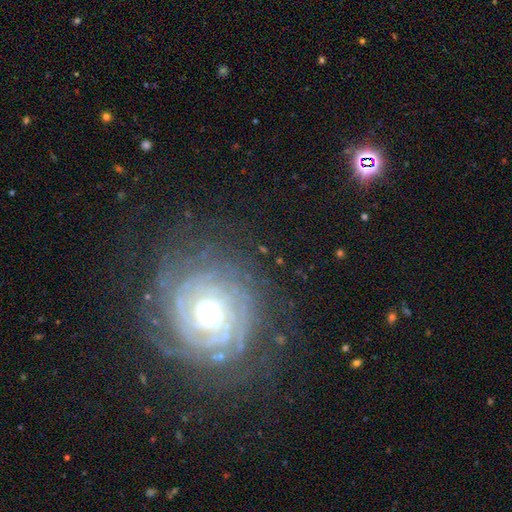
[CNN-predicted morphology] Smooth or featured?
  - featured or disk: 78% *
  - star or artifact: 11%
  - smooth: 10%
Edge-on disk?
  - no: 96% *
  - yes: 4%
Bar?
  - no: 53% *
  - weak: 29%
  - strong: 17%
Spiral arms?
  - yes: 92% *
  - no: 8%
Spiral winding?
  - tight: 82% *
  - medium: 14%
  - loose: 4%
Spiral arm count?
  - can't tell: 37% *
  - 2: 18%
  - 3: 15%
  - more than 4: 12%
  - 4: 11%
  - 1: 8%
Bulge size?
  - moderate: 62% *
  - large: 19%
  - small: 15%
  - dominant: 2%
  - none: 1%
Merging?
  - none: 78% *
  - minor disturbance: 13%
  - major disturbance: 7%
  - merger: 2%